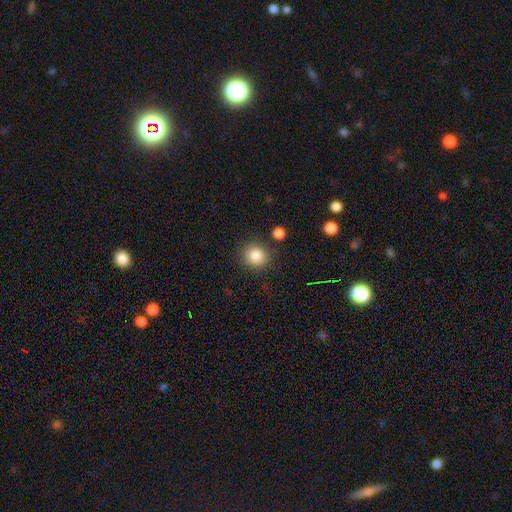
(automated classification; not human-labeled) The model was most divided on "how rounded": round: 84%, in between: 15%, cigar-shaped: 1%. More confident: smooth or featured — smooth (85%); merging — none (84%).